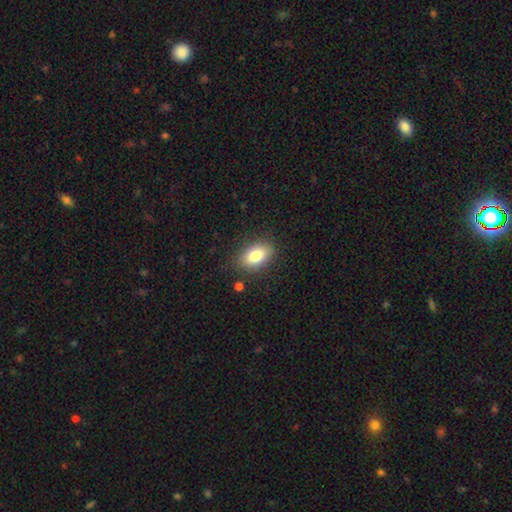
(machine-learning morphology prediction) Q: Smooth or featured?
A: smooth (81%); runner-up: featured or disk (11%)
Q: How rounded?
A: in between (87%); runner-up: round (10%)
Q: Merging?
A: none (85%); runner-up: minor disturbance (11%)